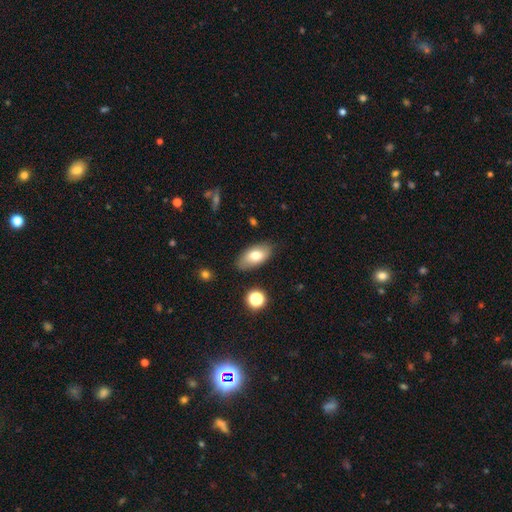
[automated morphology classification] smooth_or_featured: smooth (p=0.75) [alt: featured or disk p=0.17]
how_rounded: in between (p=0.92) [alt: cigar-shaped p=0.04]
merging: none (p=0.82) [alt: minor disturbance p=0.13]